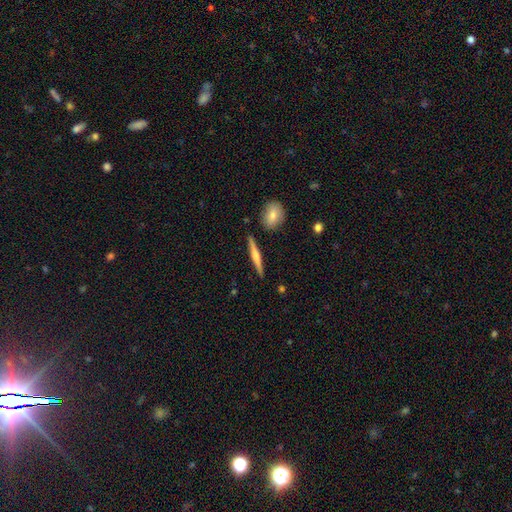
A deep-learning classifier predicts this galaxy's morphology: Q: Smooth or featured?
A: featured or disk (53%); runner-up: smooth (41%)
Q: Edge-on disk?
A: yes (97%); runner-up: no (3%)
Q: Edge-on bulge?
A: rounded (74%); runner-up: none (14%)
Q: Merging?
A: none (89%); runner-up: minor disturbance (7%)